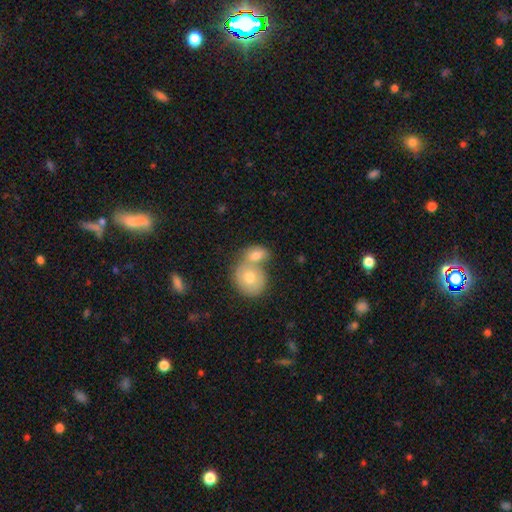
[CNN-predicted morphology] Q: Smooth or featured?
A: smooth (72%); runner-up: featured or disk (21%)
Q: How rounded?
A: in between (56%); runner-up: round (42%)
Q: Merging?
A: merger (66%); runner-up: none (24%)